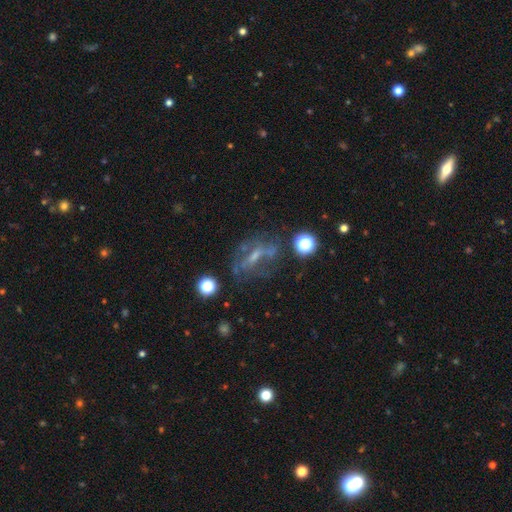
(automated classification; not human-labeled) Morphology: type=featured or disk (56%); edge-on=no (79%); merging=none (52%).